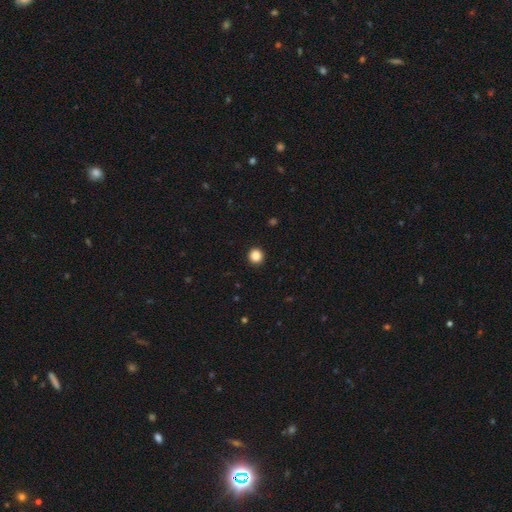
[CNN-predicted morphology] smooth_or_featured: smooth (p=0.87) [alt: star or artifact p=0.10]
how_rounded: round (p=0.91) [alt: in between p=0.08]
merging: none (p=0.93) [alt: minor disturbance p=0.05]